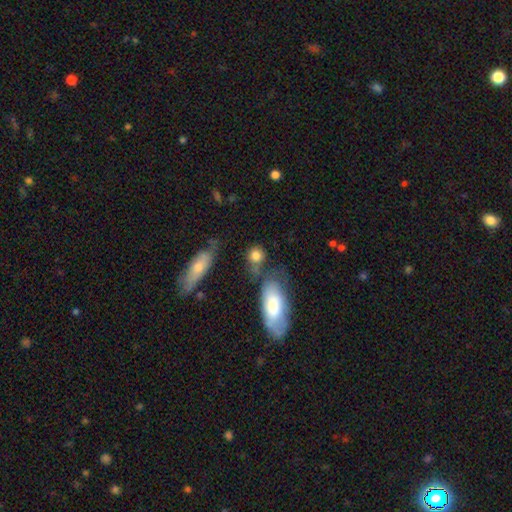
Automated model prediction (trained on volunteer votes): This appears to be a smooth galaxy with no disk features (82%) that is round (64%). Merging: none (54%).